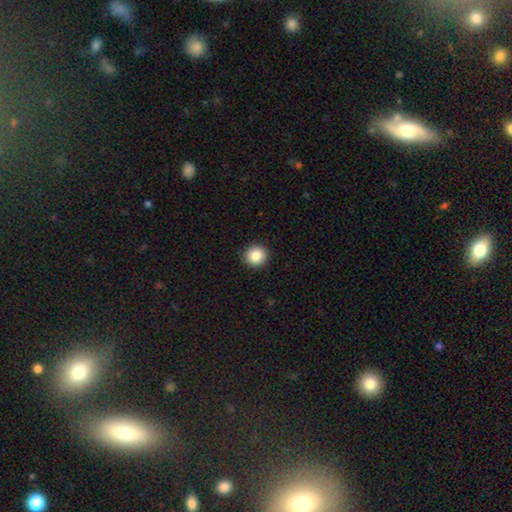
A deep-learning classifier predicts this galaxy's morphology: smooth-or-featured: smooth: 86% | star or artifact: 9% | featured or disk: 5%
  how-rounded: round: 92% | in between: 7% | cigar-shaped: 1%
  merging: none: 93% | minor disturbance: 5% | major disturbance: 2% | merger: 1%